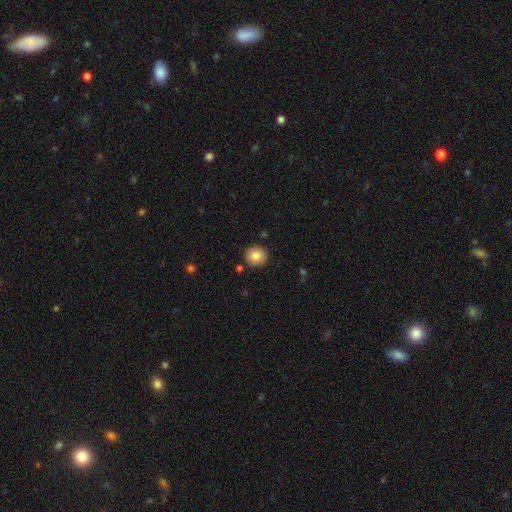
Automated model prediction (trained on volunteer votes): smooth_or_featured: smooth (p=0.83) [alt: star or artifact p=0.09]
how_rounded: round (p=0.91) [alt: in between p=0.08]
merging: none (p=0.89) [alt: minor disturbance p=0.07]